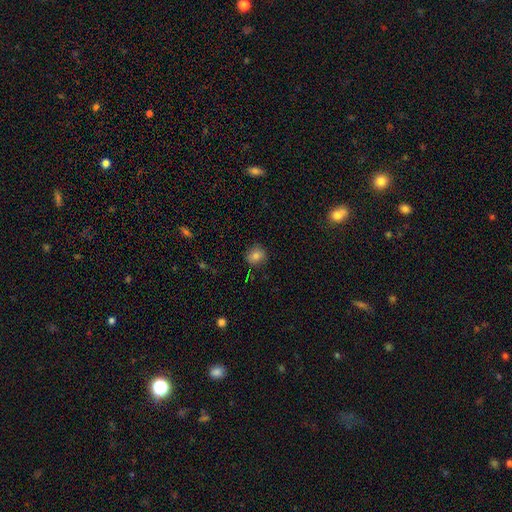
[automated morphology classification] A smooth galaxy with no disk features (82%) that is round (75%).

Vote fractions:
- Smooth or featured? smooth: 82% / star or artifact: 11% / featured or disk: 7%
- How rounded? round: 75% / in between: 24% / cigar-shaped: 1%
- Merging? none: 84% / minor disturbance: 12% / major disturbance: 3% / merger: 1%